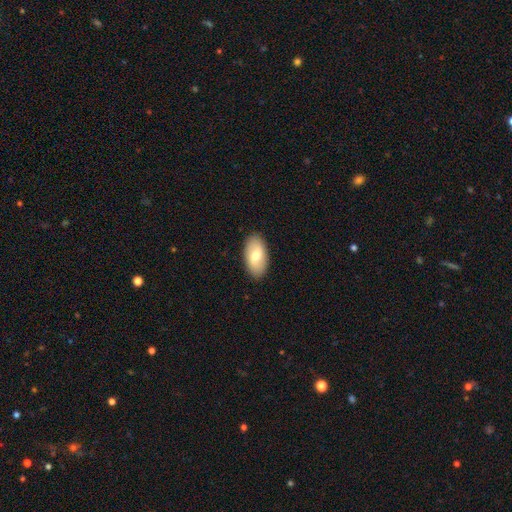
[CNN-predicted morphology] smooth-or-featured: smooth: 67% | featured or disk: 27% | star or artifact: 6%
  how-rounded: in between: 94% | round: 4% | cigar-shaped: 3%
  merging: none: 89% | minor disturbance: 8% | major disturbance: 2% | merger: 1%